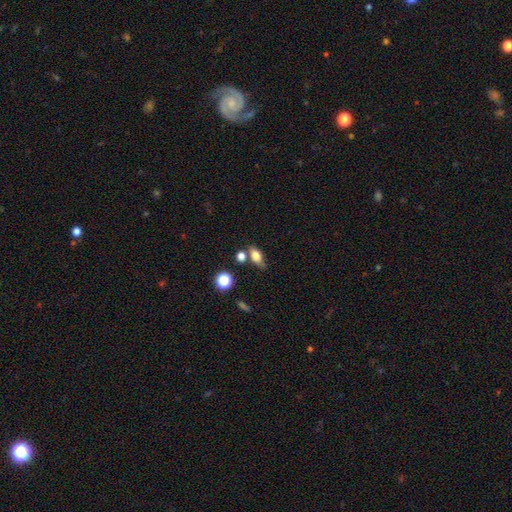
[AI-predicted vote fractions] Smooth or featured: smooth — 72% (featured or disk — 18%)
How rounded: in between — 75% (round — 14%)
Merging: none — 63% (minor disturbance — 18%)